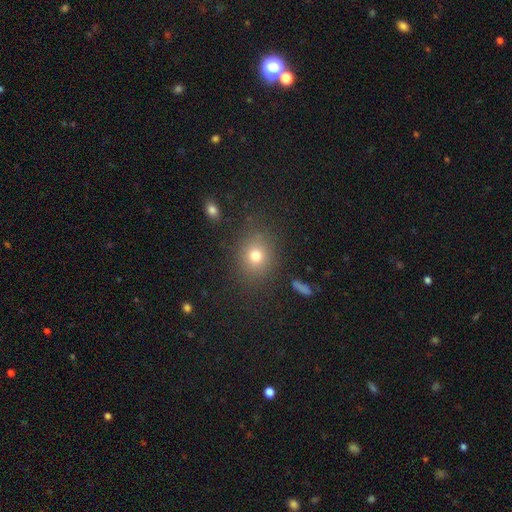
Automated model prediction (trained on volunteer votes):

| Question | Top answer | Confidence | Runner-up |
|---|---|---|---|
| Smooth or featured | smooth | 76% | star or artifact (15%) |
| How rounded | round | 70% | in between (28%) |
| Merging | none | 83% | minor disturbance (10%) |